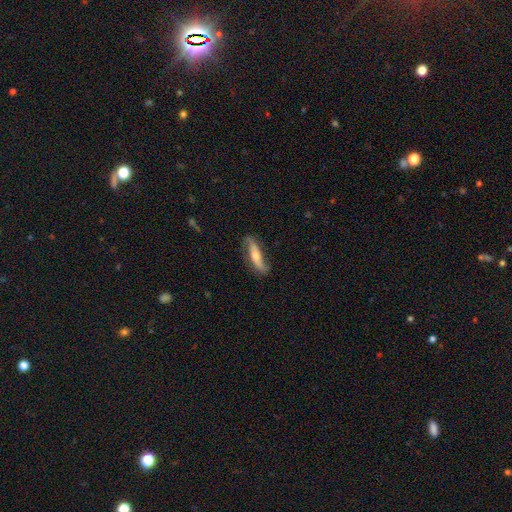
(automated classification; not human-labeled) A featured or disk galaxy (68%).

Vote fractions:
- Smooth or featured? featured or disk: 68% / smooth: 26% / star or artifact: 6%
- Edge-on disk? no: 65% / yes: 35%
- Merging? none: 77% / minor disturbance: 17% / major disturbance: 5% / merger: 1%